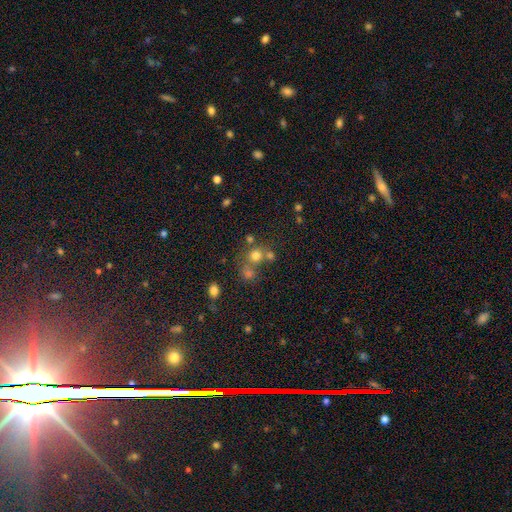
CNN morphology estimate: A smooth galaxy with no disk features (69%) that is round (86%). Merging: none (55%).